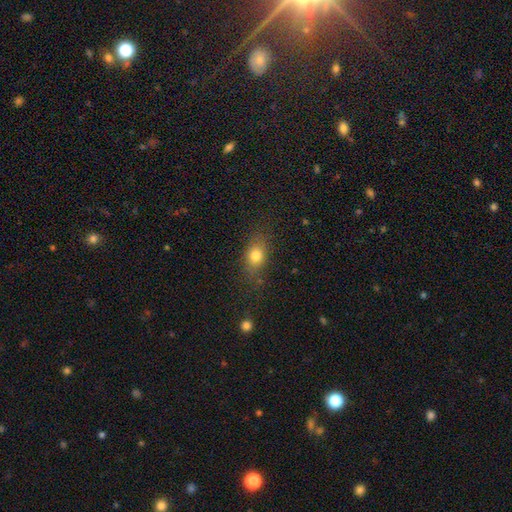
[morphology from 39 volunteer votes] smooth-or-featured: smooth: 82% | featured or disk: 13% | star or artifact: 5%
  how-rounded: in between: 81% | round: 12% | cigar-shaped: 6%
  merging: none: 68% | minor disturbance: 22% | major disturbance: 11% | merger: 0%